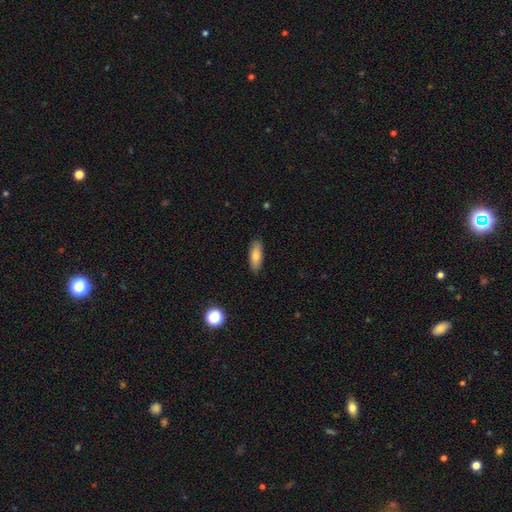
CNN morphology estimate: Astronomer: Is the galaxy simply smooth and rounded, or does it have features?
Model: smooth — 79%.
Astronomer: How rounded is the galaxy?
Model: in between — 69%.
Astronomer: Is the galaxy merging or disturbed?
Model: none — 87%.